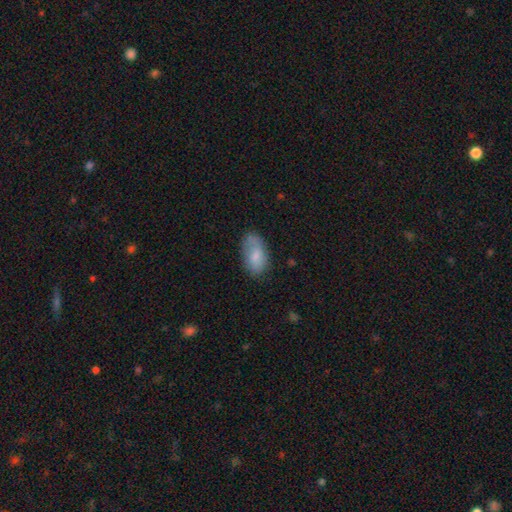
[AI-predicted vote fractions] Morphology: type=smooth (77%); roundness=in between (93%); merging=none (68%).